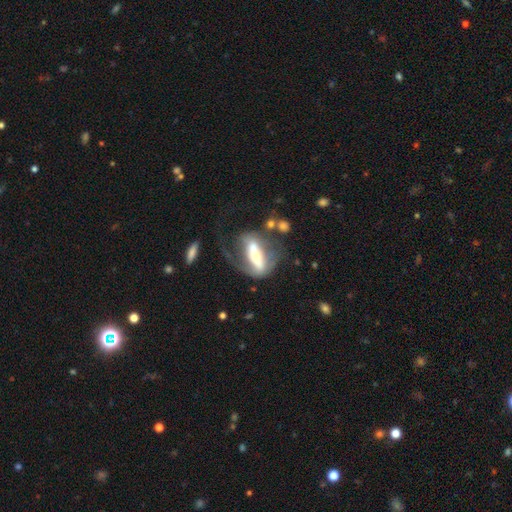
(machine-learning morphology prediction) A featured or disk galaxy (63%).

Vote fractions:
- Smooth or featured? featured or disk: 63% / smooth: 30% / star or artifact: 7%
- Edge-on disk? no: 79% / yes: 21%
- Merging? major disturbance: 43% / none: 29% / minor disturbance: 19% / merger: 10%